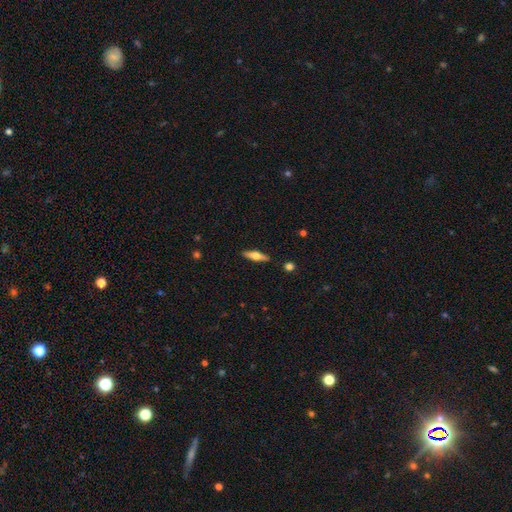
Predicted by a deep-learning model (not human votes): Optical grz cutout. It shows a smooth galaxy with no disk features (49%). Merging: none (89%).